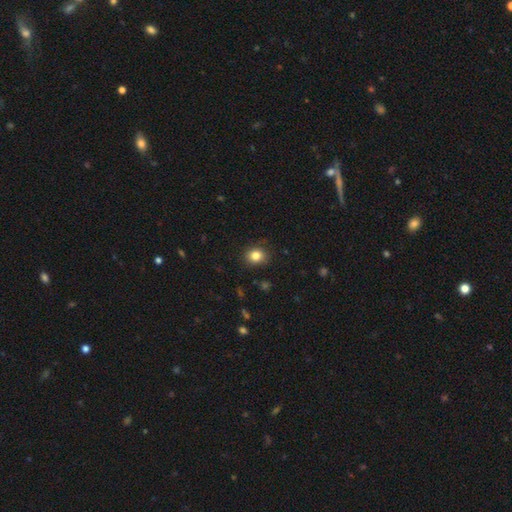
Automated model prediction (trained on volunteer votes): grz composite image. It shows a smooth galaxy with no disk features (83%) that is round (70%). Merging: none (87%).